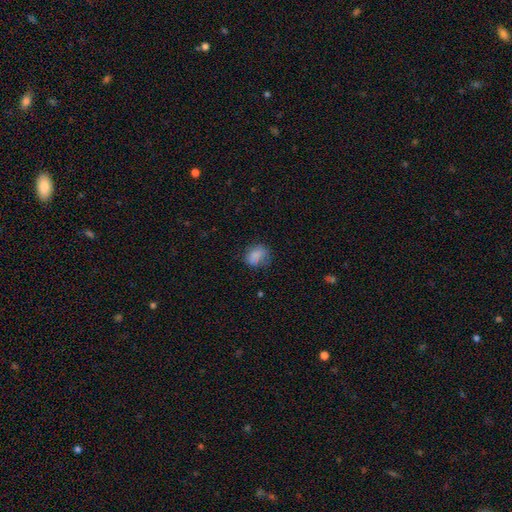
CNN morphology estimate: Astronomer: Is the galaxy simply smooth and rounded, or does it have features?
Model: smooth — 80%.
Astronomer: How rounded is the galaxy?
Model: in between — 56% (runner-up: round, 42%).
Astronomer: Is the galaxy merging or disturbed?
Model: none — 66%.